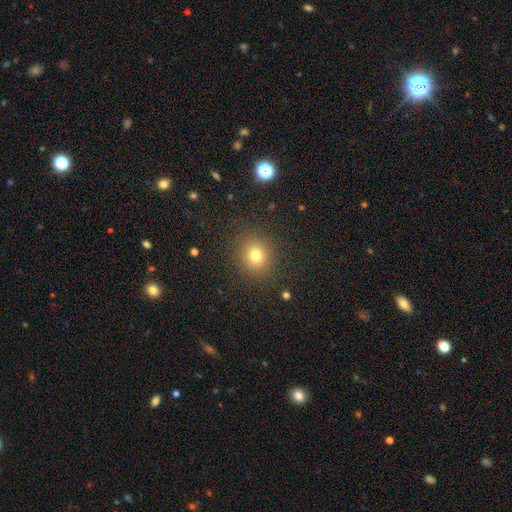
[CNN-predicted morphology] Smooth or featured: smooth — 76% (star or artifact — 17%)
How rounded: round — 81% (in between — 18%)
Merging: none — 88% (minor disturbance — 8%)